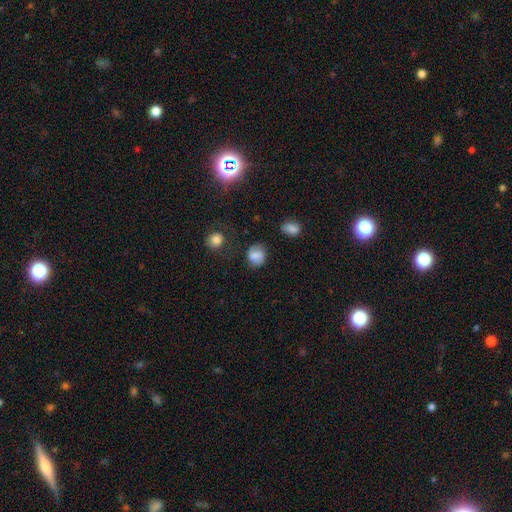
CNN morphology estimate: smooth 65%, featured or disk 25%, star or artifact 10%. Down the decision tree: how rounded — round (58%); merging — none (72%).